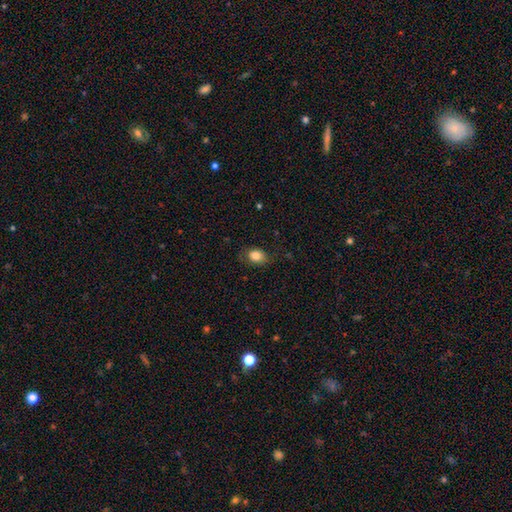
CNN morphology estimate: Q: Smooth or featured?
A: smooth (82%); runner-up: star or artifact (9%)
Q: How rounded?
A: in between (60%); runner-up: round (39%)
Q: Merging?
A: none (75%); runner-up: minor disturbance (18%)